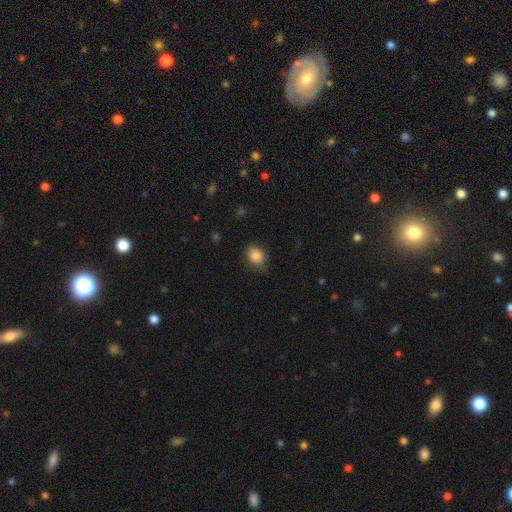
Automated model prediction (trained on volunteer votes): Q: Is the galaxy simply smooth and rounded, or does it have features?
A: smooth — 86%.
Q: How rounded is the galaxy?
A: in between — 59%.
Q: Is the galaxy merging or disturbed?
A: none — 75%.